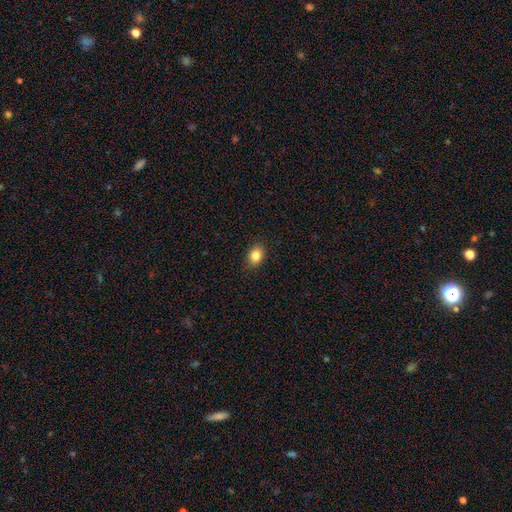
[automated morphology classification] Overall: smooth (84%). How rounded: in between (66%; round 33%). Merging: none (88%).